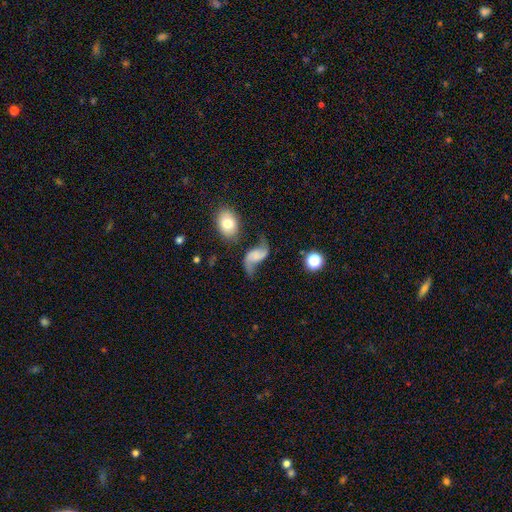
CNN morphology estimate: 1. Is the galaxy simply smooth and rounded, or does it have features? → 77% featured or disk, 15% smooth, 8% star or artifact.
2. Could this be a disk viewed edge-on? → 97% no, 3% yes.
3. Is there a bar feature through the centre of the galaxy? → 54% no, 34% weak, 12% strong.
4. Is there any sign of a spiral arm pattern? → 93% yes, 7% no.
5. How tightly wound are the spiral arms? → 88% loose, 10% medium, 2% tight.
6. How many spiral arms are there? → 92% 2, 4% 1, 2% can't tell, 1% 3, 1% 4, 1% more than 4.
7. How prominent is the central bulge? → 56% none, 22% small, 12% moderate, 7% large, 3% dominant.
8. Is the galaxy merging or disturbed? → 56% none, 20% minor disturbance, 17% major disturbance, 7% merger.